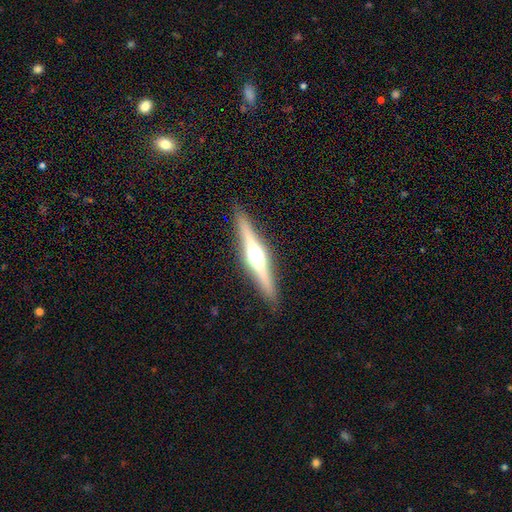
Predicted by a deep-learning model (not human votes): Smooth or featured? Predicted: featured or disk (p=0.74). Edge-on disk? Predicted: yes (p=0.97). Edge-on bulge? Predicted: rounded (p=0.93). Merging? Predicted: none (p=0.90).